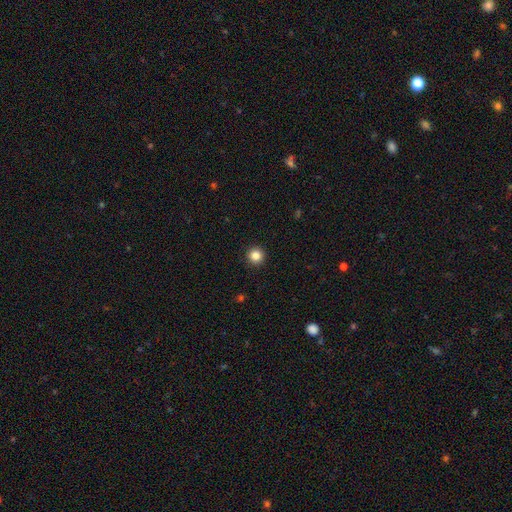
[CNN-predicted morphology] Smooth or featured? smooth (85%)
How rounded? round (96%)
Merging? none (94%)